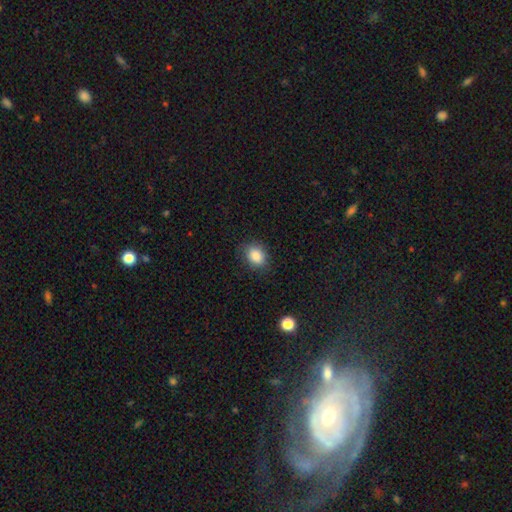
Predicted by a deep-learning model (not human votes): Smooth or featured? Predicted: smooth (p=0.87). How rounded? Predicted: in between (p=0.58). Merging? Predicted: none (p=0.82).